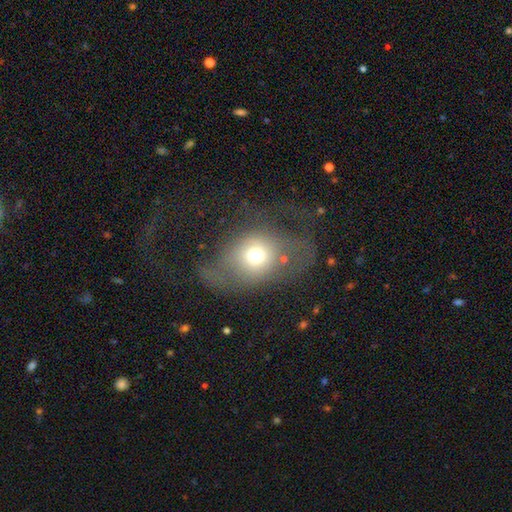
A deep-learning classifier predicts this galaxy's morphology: Smooth or featured? smooth (61%)
How rounded? round (60%)
Merging? major disturbance (44%)